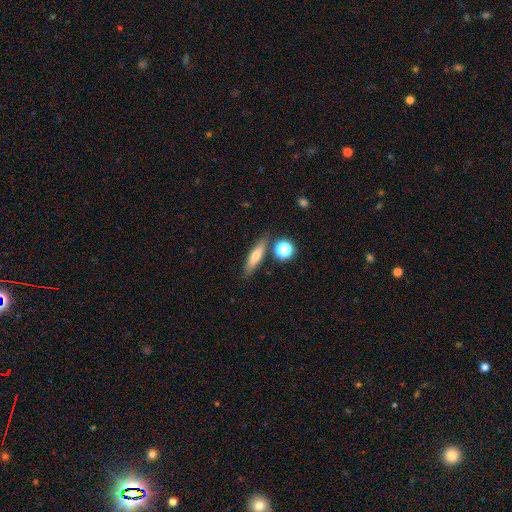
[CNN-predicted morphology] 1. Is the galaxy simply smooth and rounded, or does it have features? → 67% smooth, 25% featured or disk, 8% star or artifact.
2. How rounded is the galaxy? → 70% cigar-shaped, 25% in between, 5% round.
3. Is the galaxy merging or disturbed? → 79% none, 11% minor disturbance, 7% merger, 3% major disturbance.